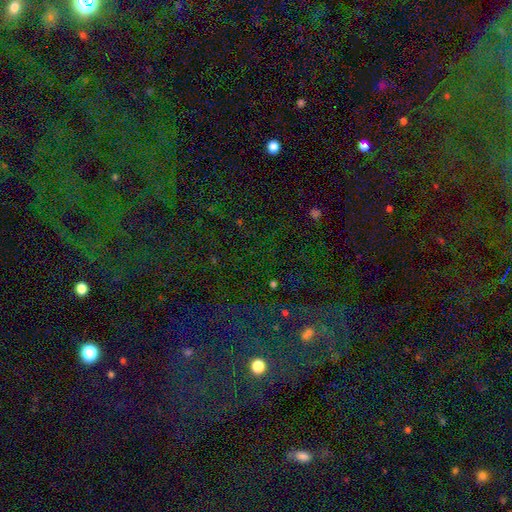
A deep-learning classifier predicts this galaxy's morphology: A star or artifact, not a galaxy (75%).

Vote fractions:
- Smooth or featured? star or artifact: 75% / smooth: 15% / featured or disk: 9%